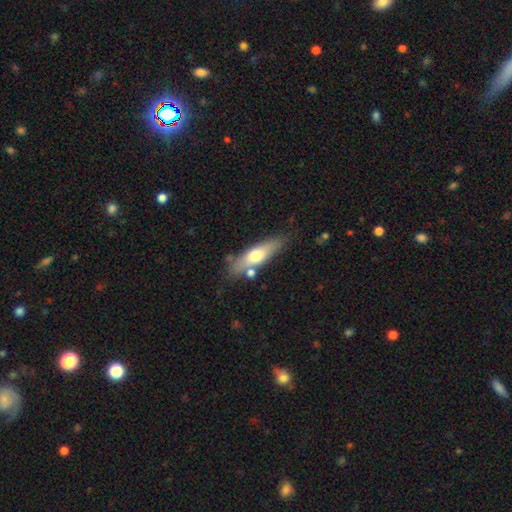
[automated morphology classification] smooth 57%, featured or disk 37%, star or artifact 6%. Down the decision tree: how rounded — cigar-shaped (57%); merging — none (74%).